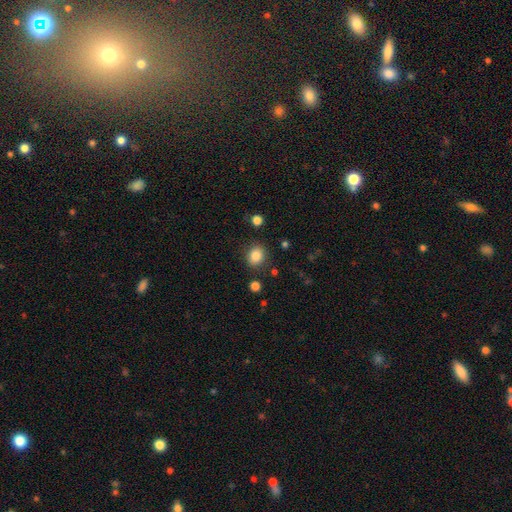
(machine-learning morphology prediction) Q: Smooth or featured?
A: smooth (85%); runner-up: star or artifact (10%)
Q: How rounded?
A: round (63%); runner-up: in between (36%)
Q: Merging?
A: none (85%); runner-up: minor disturbance (9%)